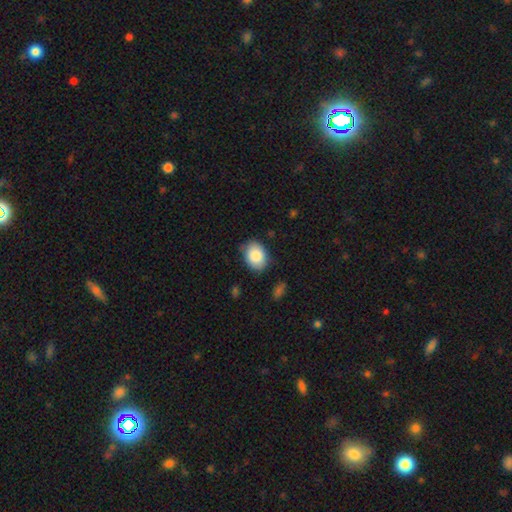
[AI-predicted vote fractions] Smooth or featured? smooth (87%)
How rounded? in between (71%)
Merging? none (78%)